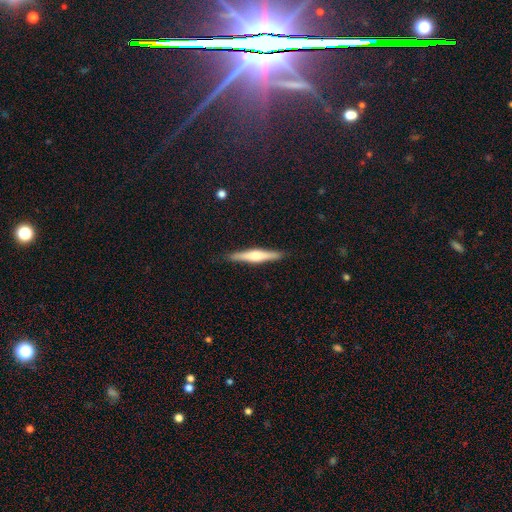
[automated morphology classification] Q: Smooth or featured?
A: featured or disk (62%); runner-up: smooth (32%)
Q: Edge-on disk?
A: yes (97%); runner-up: no (3%)
Q: Edge-on bulge?
A: rounded (87%); runner-up: boxy (9%)
Q: Merging?
A: none (90%); runner-up: minor disturbance (8%)